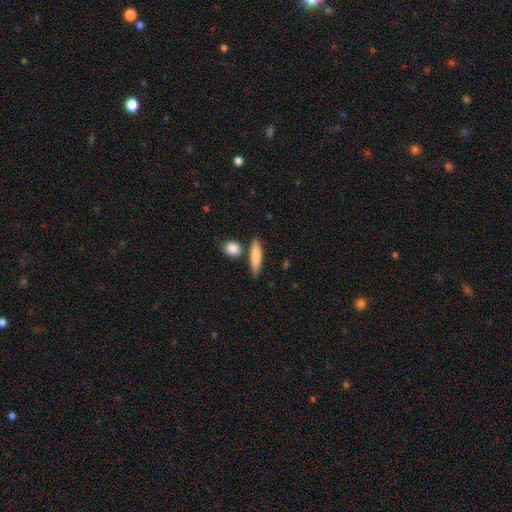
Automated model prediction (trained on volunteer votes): smooth-or-featured: smooth: 81% | featured or disk: 13% | star or artifact: 6%
  how-rounded: cigar-shaped: 71% | in between: 25% | round: 4%
  merging: none: 78% | minor disturbance: 11% | merger: 9% | major disturbance: 3%